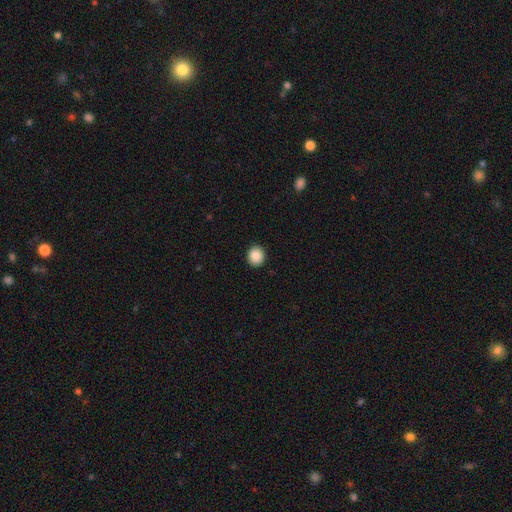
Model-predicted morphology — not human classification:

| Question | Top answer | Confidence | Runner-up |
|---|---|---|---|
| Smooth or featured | smooth | 88% | star or artifact (9%) |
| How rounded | round | 80% | in between (19%) |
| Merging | none | 92% | minor disturbance (6%) |